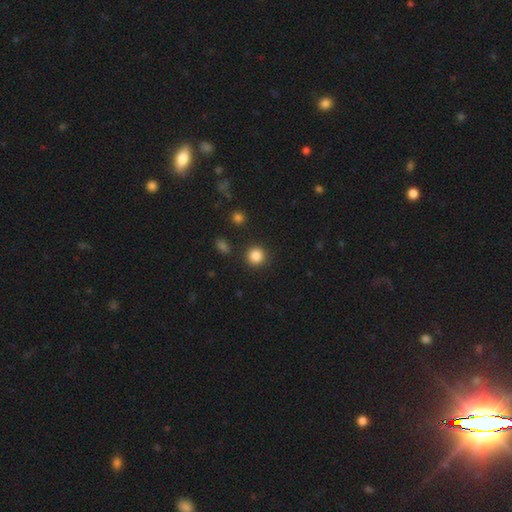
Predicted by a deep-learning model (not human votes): Smooth or featured?
  - smooth: 86% *
  - star or artifact: 11%
  - featured or disk: 4%
How rounded?
  - round: 93% *
  - in between: 6%
  - cigar-shaped: 1%
Merging?
  - none: 90% *
  - minor disturbance: 6%
  - major disturbance: 2%
  - merger: 2%